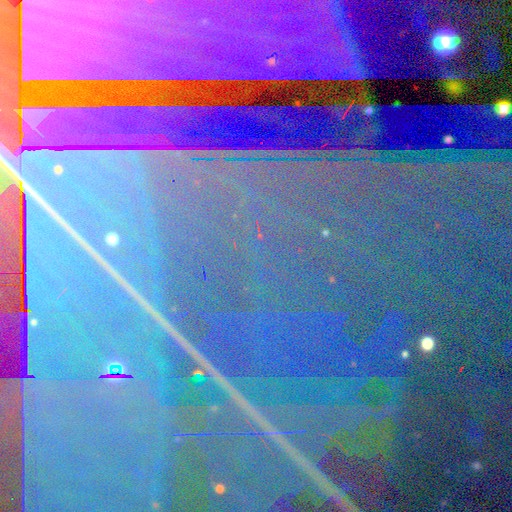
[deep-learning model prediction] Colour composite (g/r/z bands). It shows a star or artifact, not a galaxy (89%).